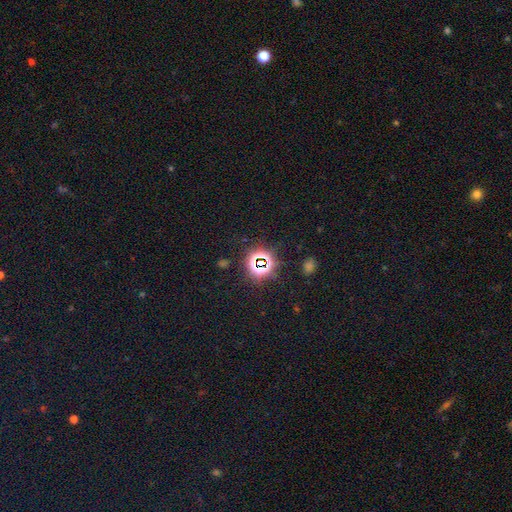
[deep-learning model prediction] A star or artifact, not a galaxy (80%).